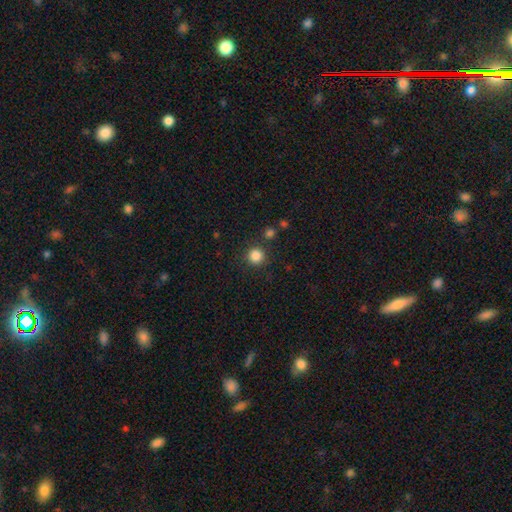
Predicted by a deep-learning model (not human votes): Overall: smooth (85%). How rounded: round (95%). Merging: none (88%).